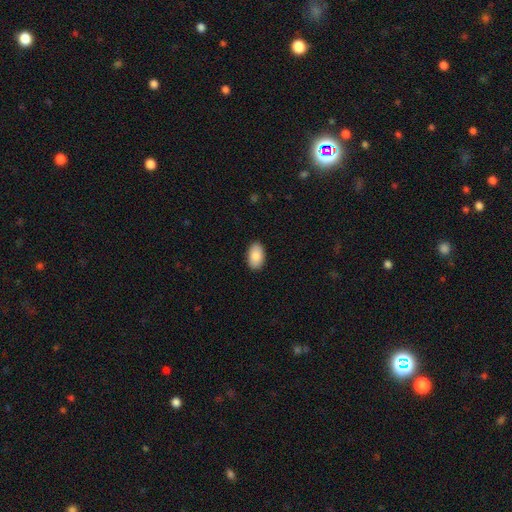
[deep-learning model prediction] smooth-or-featured: smooth: 86% | featured or disk: 7% | star or artifact: 6%
  how-rounded: in between: 94% | round: 5% | cigar-shaped: 1%
  merging: none: 89% | minor disturbance: 8% | major disturbance: 2% | merger: 1%